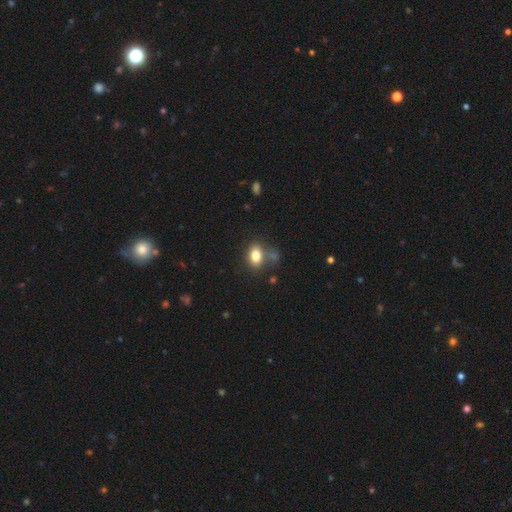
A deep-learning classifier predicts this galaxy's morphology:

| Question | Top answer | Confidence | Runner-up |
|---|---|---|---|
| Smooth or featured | smooth | 81% | featured or disk (10%) |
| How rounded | in between | 82% | round (17%) |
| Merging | none | 64% | minor disturbance (17%) |